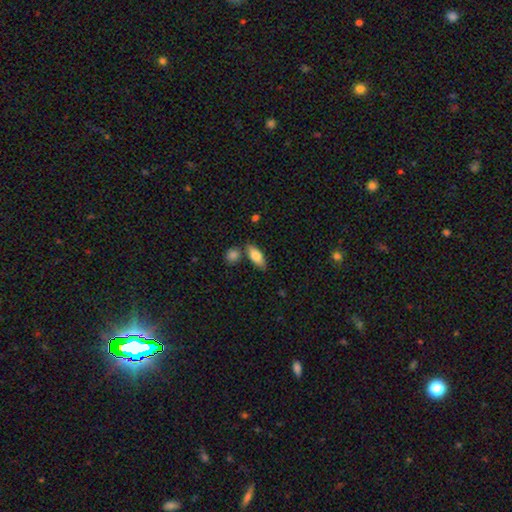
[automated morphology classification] A smooth galaxy with no disk features (78%) that is in between round and cigar-shaped (80%).

Vote fractions:
- Smooth or featured? smooth: 78% / featured or disk: 16% / star or artifact: 6%
- How rounded? in between: 80% / cigar-shaped: 17% / round: 3%
- Merging? none: 72% / minor disturbance: 13% / merger: 12% / major disturbance: 3%